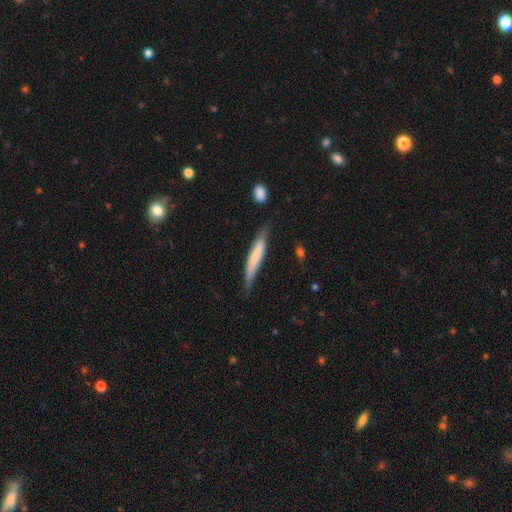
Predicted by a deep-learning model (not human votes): Smooth or featured?
  - smooth: 56% *
  - featured or disk: 39%
  - star or artifact: 6%
How rounded?
  - cigar-shaped: 90% *
  - in between: 8%
  - round: 1%
Merging?
  - none: 67% *
  - minor disturbance: 25%
  - major disturbance: 6%
  - merger: 3%